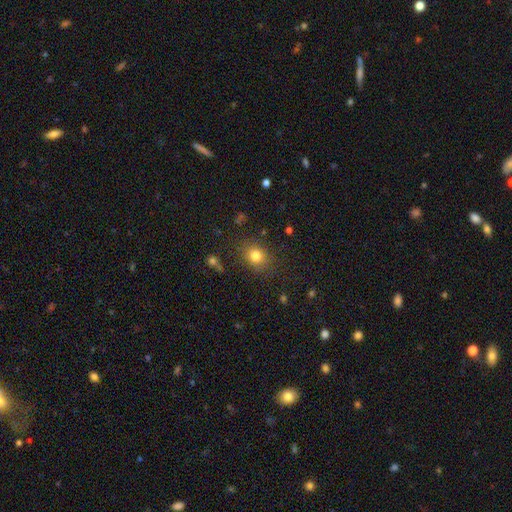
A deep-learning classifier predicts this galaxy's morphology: Smooth or featured? Predicted: smooth (p=0.79). How rounded? Predicted: round (p=0.64). Merging? Predicted: none (p=0.82).